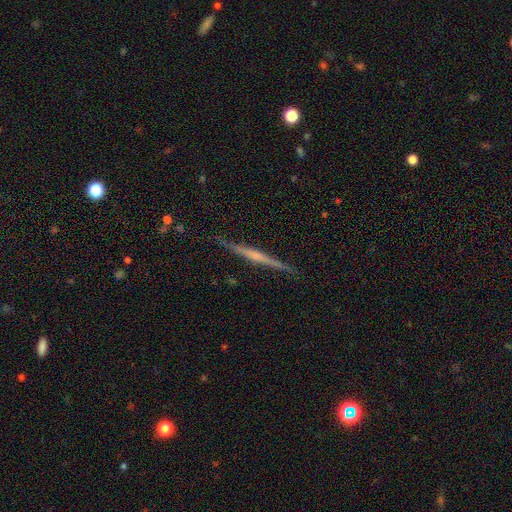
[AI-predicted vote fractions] The model was most divided on "edge-on bulge": rounded: 43%, none: 42%, boxy: 15%. More confident: edge-on disk — yes (98%); merging — none (89%); smooth or featured — featured or disk (73%).